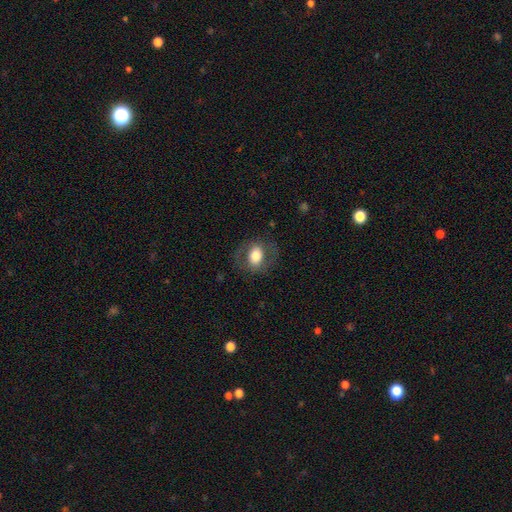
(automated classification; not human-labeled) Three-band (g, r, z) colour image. It shows a smooth galaxy with no disk features (63%) that is in between round and cigar-shaped (62%). Merging: none (75%).